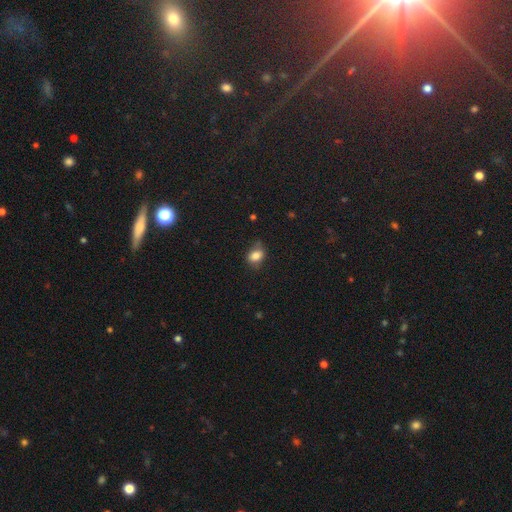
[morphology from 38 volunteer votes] A smooth galaxy with no disk features (82%) that is in between round and cigar-shaped (58%). Merging: none (47%).